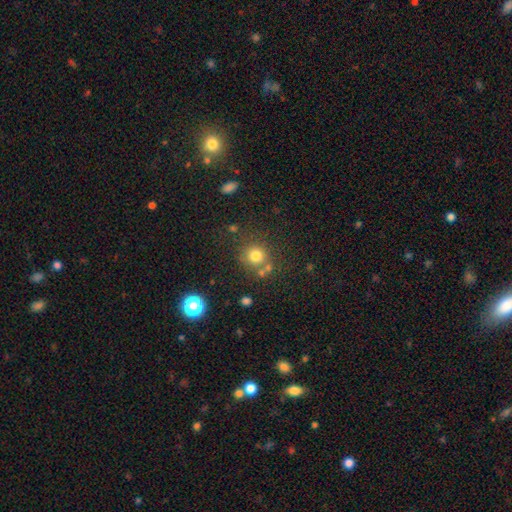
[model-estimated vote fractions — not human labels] Smooth or featured? Predicted: smooth (p=0.77). How rounded? Predicted: round (p=0.91). Merging? Predicted: none (p=0.70).